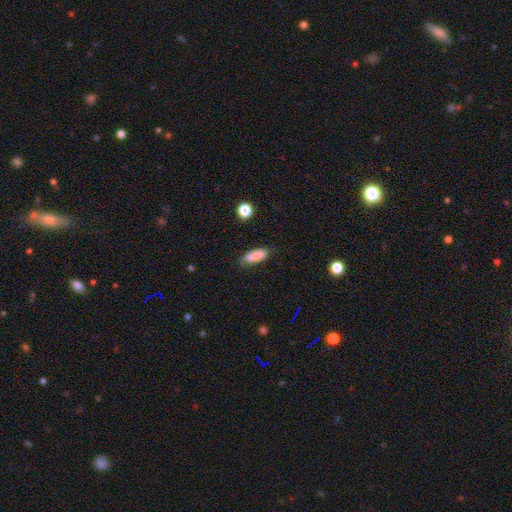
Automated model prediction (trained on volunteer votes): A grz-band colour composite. It shows a smooth galaxy with no disk features (85%) that is in between round and cigar-shaped (61%). Merging: none (75%).